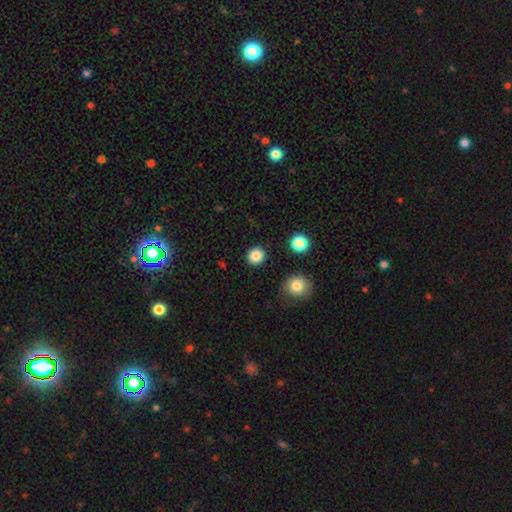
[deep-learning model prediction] smooth 86%, star or artifact 10%, featured or disk 4%. Down the decision tree: how rounded — round (93%); merging — none (91%).